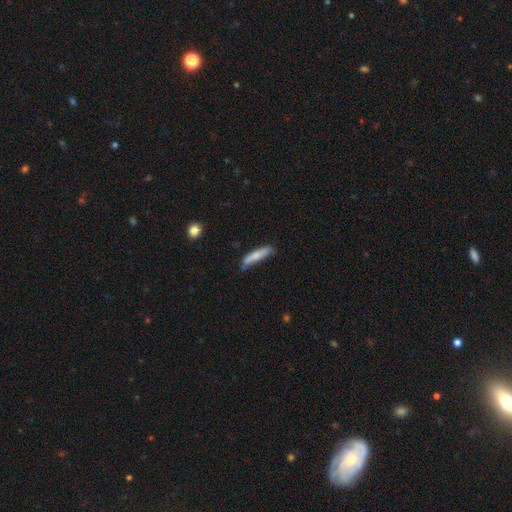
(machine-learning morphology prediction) A smooth galaxy with no disk features (71%) that is cigar-shaped (82%).

Vote fractions:
- Smooth or featured? smooth: 71% / featured or disk: 23% / star or artifact: 6%
- How rounded? cigar-shaped: 82% / in between: 17% / round: 2%
- Merging? none: 62% / minor disturbance: 28% / major disturbance: 6% / merger: 4%